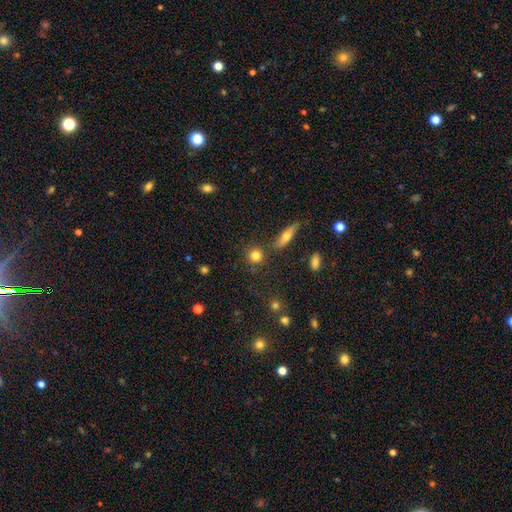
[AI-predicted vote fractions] Q: Smooth or featured?
A: smooth (80%); runner-up: star or artifact (11%)
Q: How rounded?
A: round (86%); runner-up: in between (11%)
Q: Merging?
A: none (79%); runner-up: minor disturbance (9%)